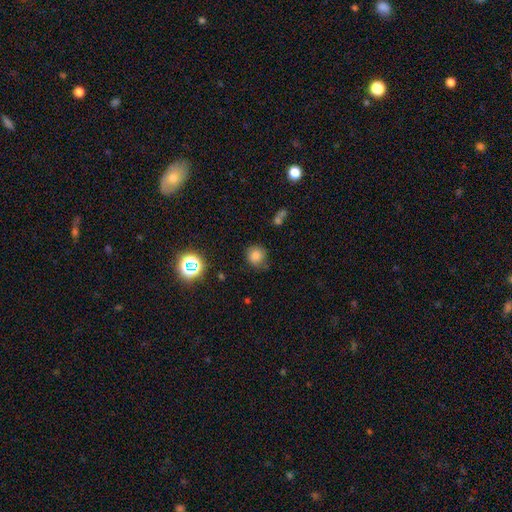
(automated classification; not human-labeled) The model was most divided on "merging": none: 76%, minor disturbance: 17%, major disturbance: 4%, merger: 3%. More confident: how rounded — round (88%); smooth or featured — smooth (77%).